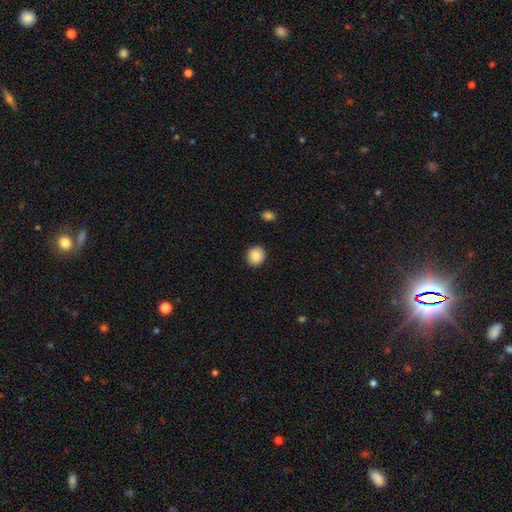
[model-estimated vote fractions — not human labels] Smooth or featured? Predicted: smooth (p=0.88). How rounded? Predicted: round (p=0.89). Merging? Predicted: none (p=0.91).